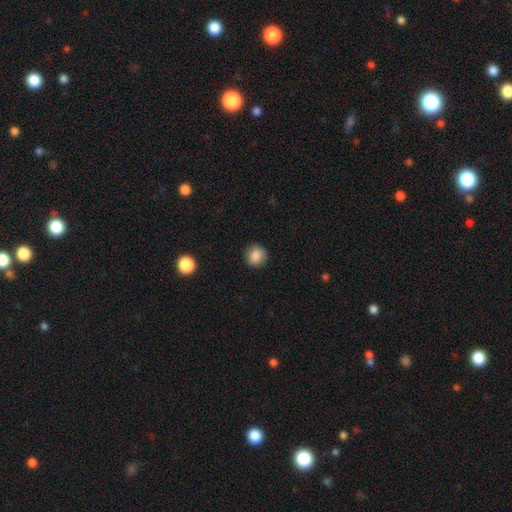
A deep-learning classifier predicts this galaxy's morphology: smooth-or-featured: smooth: 86% | star or artifact: 9% | featured or disk: 5%
  how-rounded: round: 92% | in between: 7% | cigar-shaped: 1%
  merging: none: 91% | minor disturbance: 7% | major disturbance: 2% | merger: 1%